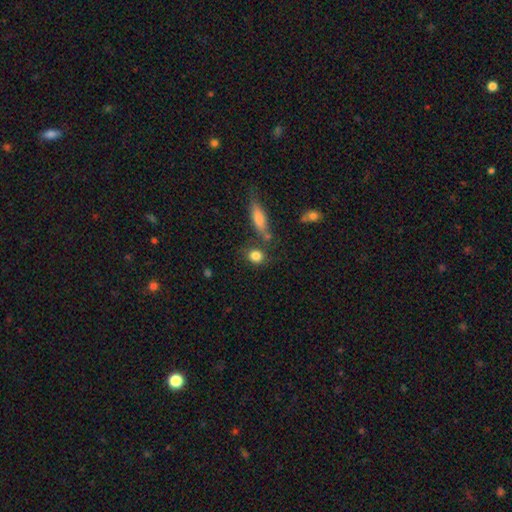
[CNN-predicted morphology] Q: Smooth or featured?
A: smooth (84%); runner-up: star or artifact (9%)
Q: How rounded?
A: round (60%); runner-up: in between (36%)
Q: Merging?
A: none (68%); runner-up: merger (14%)